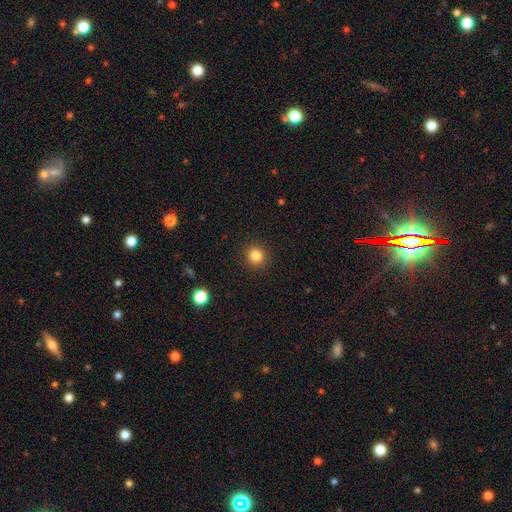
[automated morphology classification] smooth 83%, star or artifact 12%, featured or disk 5%. Down the decision tree: how rounded — round (93%); merging — none (92%).